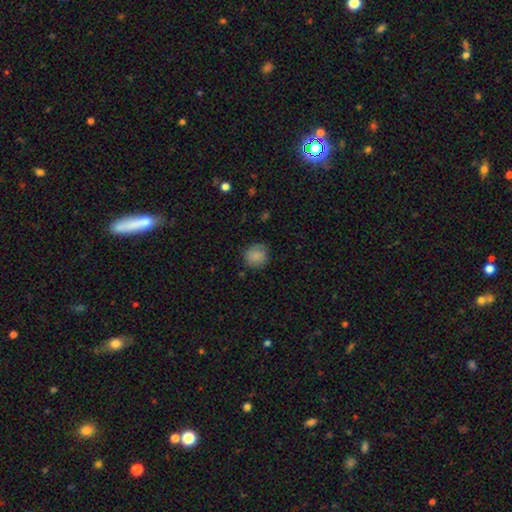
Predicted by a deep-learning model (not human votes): smooth-or-featured: smooth: 84% | star or artifact: 9% | featured or disk: 7%
  how-rounded: round: 86% | in between: 13% | cigar-shaped: 1%
  merging: none: 79% | minor disturbance: 16% | major disturbance: 4% | merger: 1%